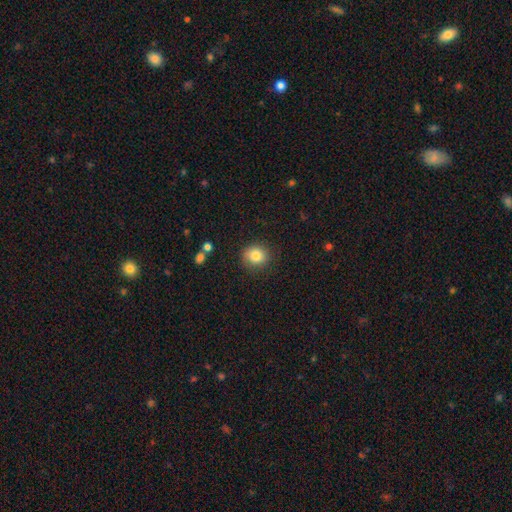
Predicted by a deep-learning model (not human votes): Smooth or featured: smooth — 82% (star or artifact — 10%)
How rounded: round — 80% (in between — 19%)
Merging: none — 84% (minor disturbance — 11%)